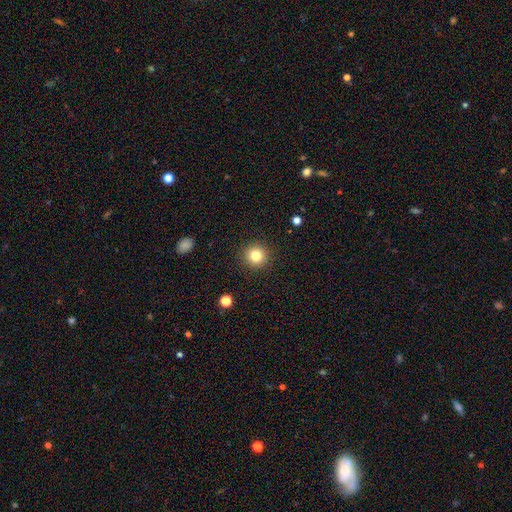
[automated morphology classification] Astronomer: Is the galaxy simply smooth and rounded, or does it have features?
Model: smooth — 82%.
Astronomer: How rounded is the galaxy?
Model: round — 95%.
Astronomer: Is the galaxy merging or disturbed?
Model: none — 92%.